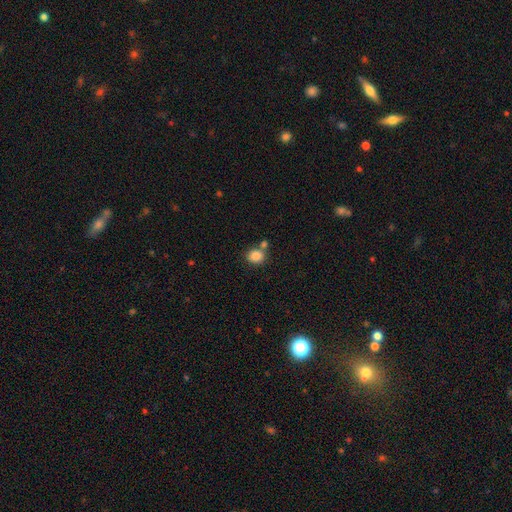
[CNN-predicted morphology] Smooth or featured: smooth — 86% (star or artifact — 9%)
How rounded: round — 70% (in between — 29%)
Merging: none — 62% (merger — 23%)